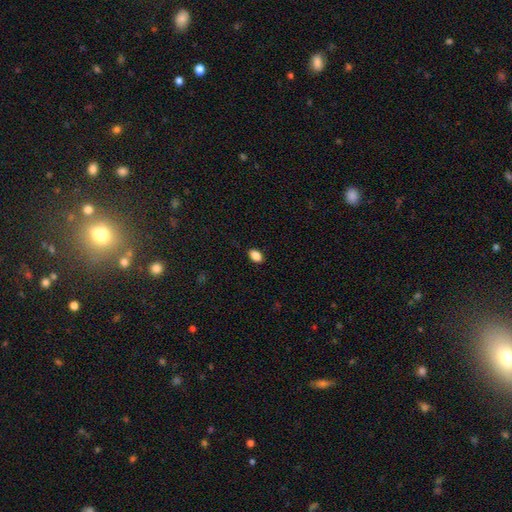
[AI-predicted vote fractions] Morphology: type=smooth (87%); roundness=in between (87%); merging=none (89%).